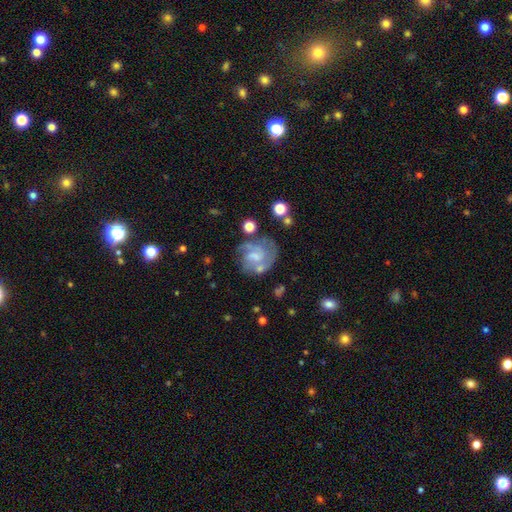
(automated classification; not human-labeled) Smooth or featured: featured or disk — 70% (smooth — 21%)
Edge-on disk: no — 98% (yes — 2%)
Bar: no — 48% (weak — 43%)
Spiral arms: yes — 83% (no — 17%)
Spiral winding: medium — 44% (tight — 36%)
Spiral arm count: 2 — 35% (can't tell — 28%)
Bulge size: small — 41% (none — 29%)
Merging: none — 50% (minor disturbance — 21%)